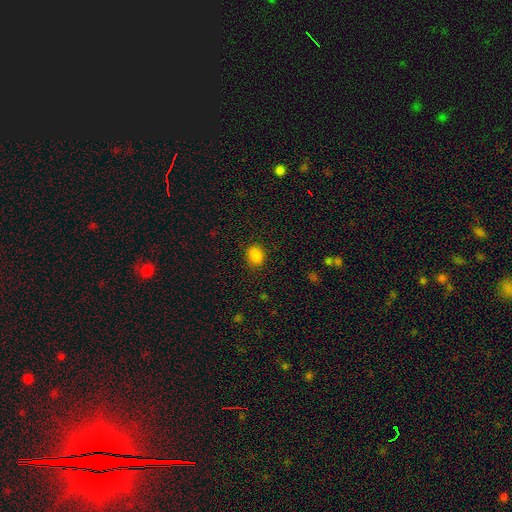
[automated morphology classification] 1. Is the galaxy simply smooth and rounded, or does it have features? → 85% smooth, 12% star or artifact, 3% featured or disk.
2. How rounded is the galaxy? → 53% in between, 46% round, 1% cigar-shaped.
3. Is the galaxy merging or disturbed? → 84% none, 12% minor disturbance, 3% major disturbance, 1% merger.